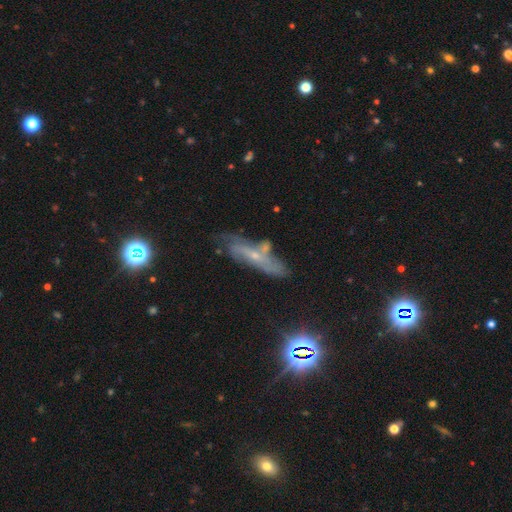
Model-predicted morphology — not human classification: The model was most divided on "edge-on disk": no: 54%, yes: 46%. More confident: smooth or featured — featured or disk (58%); merging — none (55%).